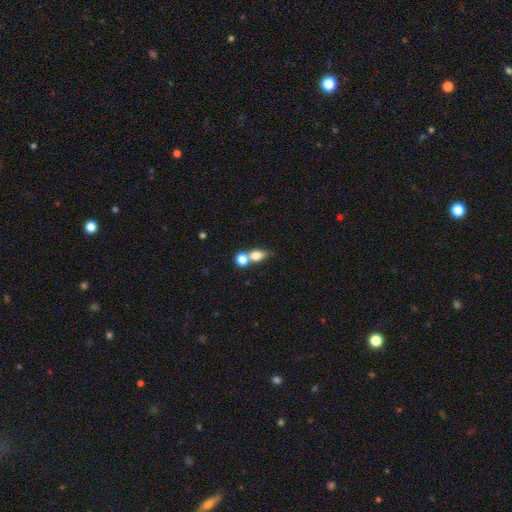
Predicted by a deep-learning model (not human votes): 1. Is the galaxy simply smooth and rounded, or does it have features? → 76% smooth, 14% featured or disk, 11% star or artifact.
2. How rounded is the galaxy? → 59% in between, 37% round, 4% cigar-shaped.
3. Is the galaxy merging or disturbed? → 52% merger, 35% none, 9% minor disturbance, 5% major disturbance.